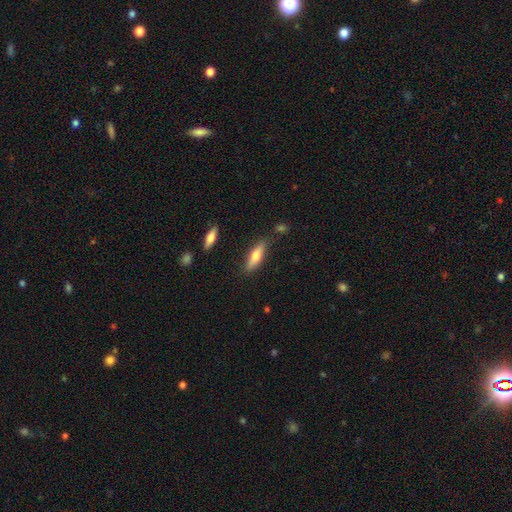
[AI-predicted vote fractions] Smooth or featured? smooth (64%)
How rounded? cigar-shaped (58%)
Merging? none (81%)